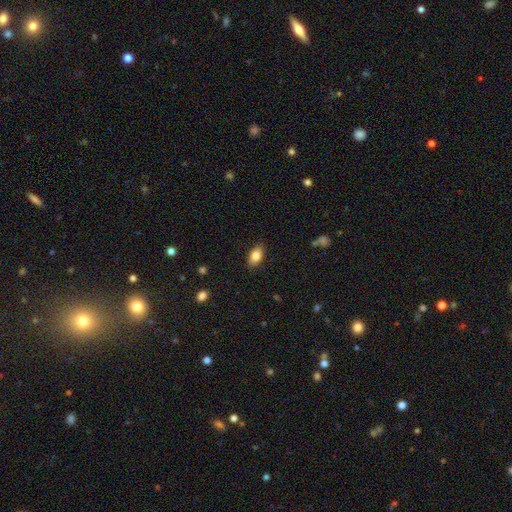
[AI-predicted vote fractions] Smooth or featured? smooth (83%)
How rounded? in between (90%)
Merging? none (87%)